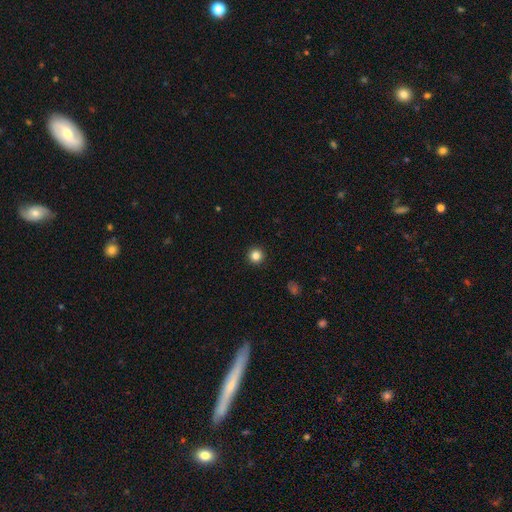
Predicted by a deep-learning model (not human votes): smooth 83%, star or artifact 12%, featured or disk 5%. Down the decision tree: how rounded — round (96%); merging — none (94%).